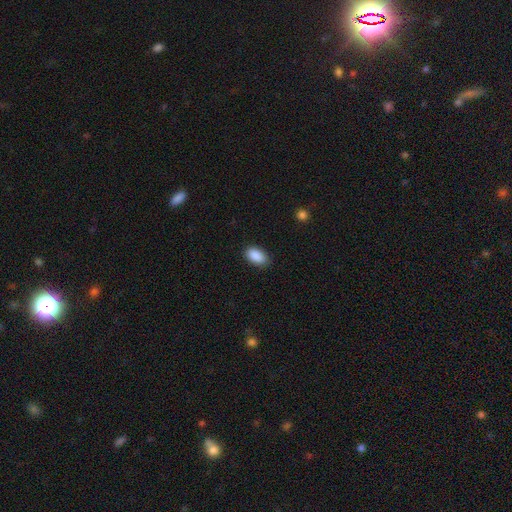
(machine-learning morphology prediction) This is clearly a smooth galaxy (90%). How rounded: clearly in between (93%). Merging: clearly none (85%).